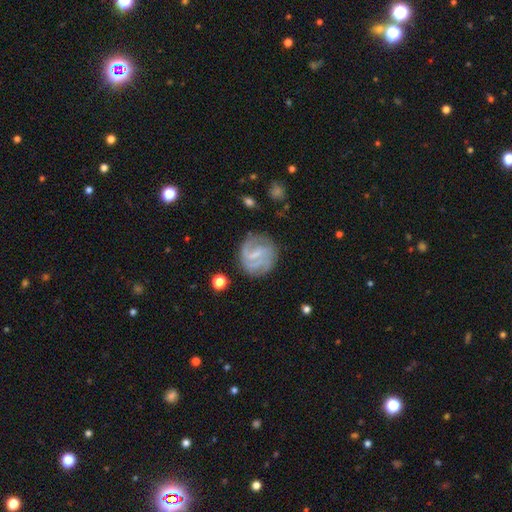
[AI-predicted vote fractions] Smooth or featured: featured or disk — 72% (smooth — 20%)
Edge-on disk: no — 97% (yes — 3%)
Bar: weak — 53% (strong — 29%)
Spiral arms: yes — 88% (no — 12%)
Spiral winding: medium — 40% (tied with tight — 40%)
Spiral arm count: 2 — 45% (can't tell — 27%)
Bulge size: small — 44% (none — 36%)
Merging: none — 73% (minor disturbance — 16%)